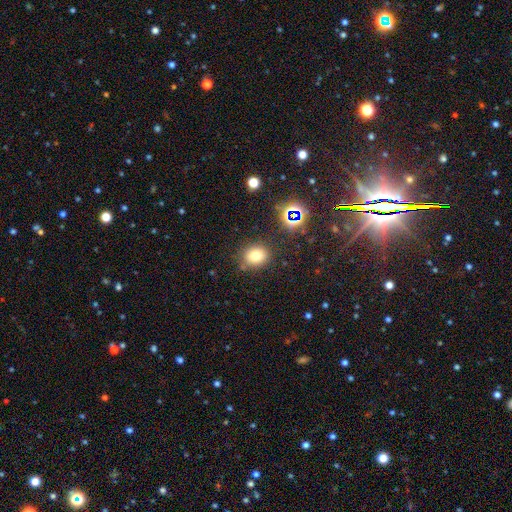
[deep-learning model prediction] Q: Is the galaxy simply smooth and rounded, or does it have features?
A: smooth — 73%.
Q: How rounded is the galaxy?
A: round — 68%.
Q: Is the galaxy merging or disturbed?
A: none — 80%.